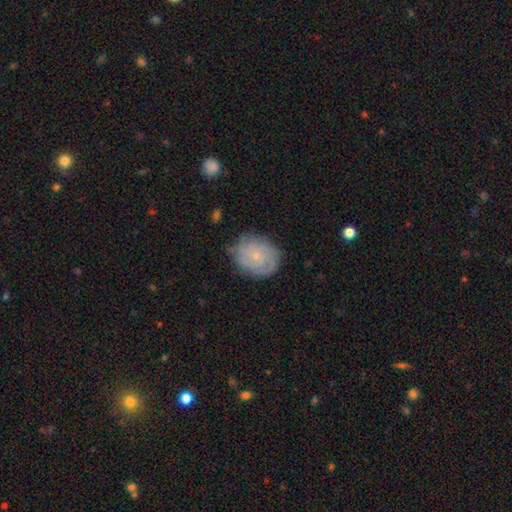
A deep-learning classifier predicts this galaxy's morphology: smooth-or-featured: featured or disk: 49% | smooth: 43% | star or artifact: 8%
  merging: none: 71% | minor disturbance: 21% | major disturbance: 6% | merger: 1%